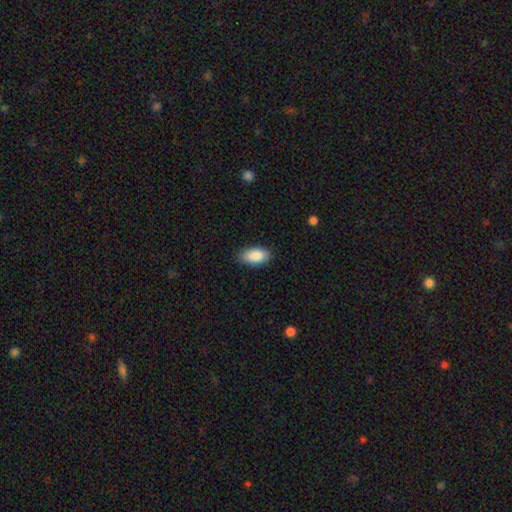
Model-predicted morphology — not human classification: smooth_or_featured: smooth (p=0.89) [alt: star or artifact p=0.06]
how_rounded: in between (p=0.92) [alt: cigar-shaped p=0.05]
merging: none (p=0.85) [alt: minor disturbance p=0.12]